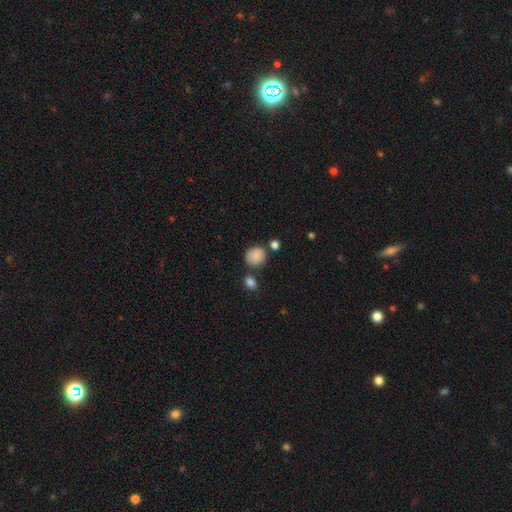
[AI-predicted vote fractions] This appears to be a smooth galaxy with no disk features (86%) that is round (78%). Merging: none (71%).